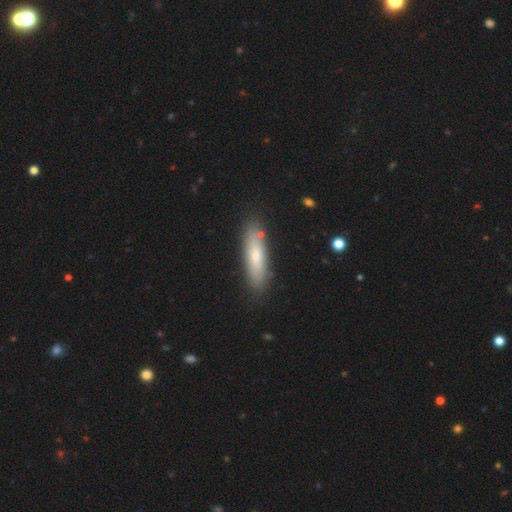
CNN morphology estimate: A smooth galaxy with no disk features (70%) that is cigar-shaped (68%).

Vote fractions:
- Smooth or featured? smooth: 70% / featured or disk: 24% / star or artifact: 6%
- How rounded? cigar-shaped: 68% / in between: 30% / round: 2%
- Merging? none: 83% / minor disturbance: 11% / merger: 3% / major disturbance: 2%